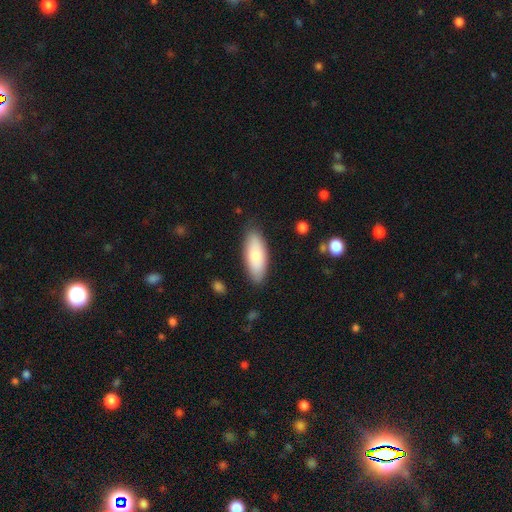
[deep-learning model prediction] Smooth or featured? smooth (74%)
How rounded? in between (78%)
Merging? none (84%)